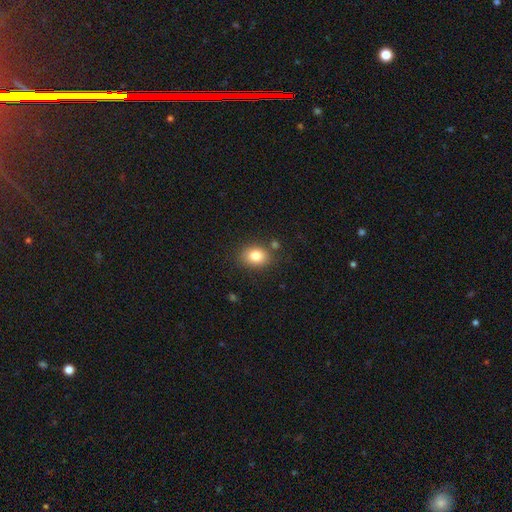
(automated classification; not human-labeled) This is clearly a smooth galaxy (82%). How rounded: possibly in between (54%). Merging: likely none (79%).